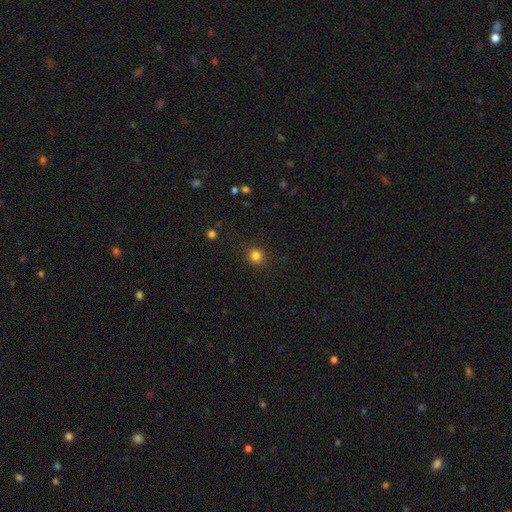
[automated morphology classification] A smooth galaxy with no disk features (83%) that is round (91%). Merging: none (90%).